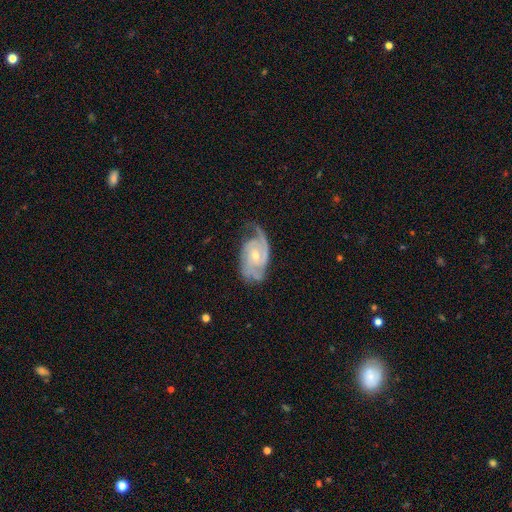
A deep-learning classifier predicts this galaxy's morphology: smooth-or-featured: featured or disk: 87% | smooth: 8% | star or artifact: 5%
  disk-edge-on: no: 97% | yes: 3%
    bar: no: 61% | weak: 33% | strong: 6%
    has-spiral-arms: yes: 96% | no: 4%
      spiral-winding: tight: 44% | medium: 42% | loose: 14%
      spiral-arm-count: 2: 53% | 3: 17% | can't tell: 15% | 1: 7% | 4: 4% | more than 4: 3%
    bulge-size: small: 53% | moderate: 43% | large: 1% | none: 1% | dominant: 1%
  merging: none: 60% | minor disturbance: 25% | major disturbance: 13% | merger: 2%